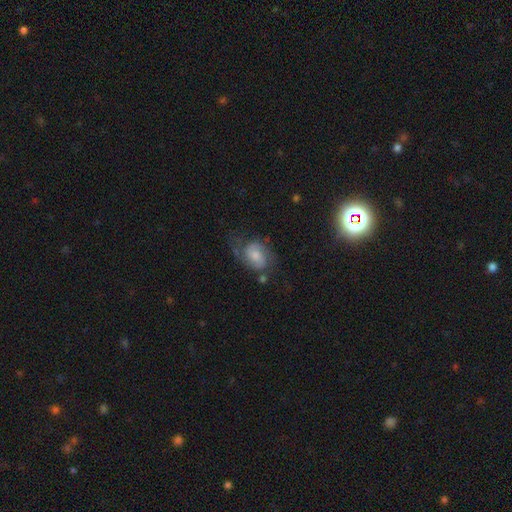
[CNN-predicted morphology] This is likely a featured or disk galaxy (67%). It is clearly not viewed edge-on (97%). Bar: possibly no (54%). Spiral arm pattern: clearly yes (91%). Spiral arm count: likely 2 (79%). Spiral winding: possibly medium (48%). Central bulge: possibly moderate (45%). Merging: possibly none (55%).